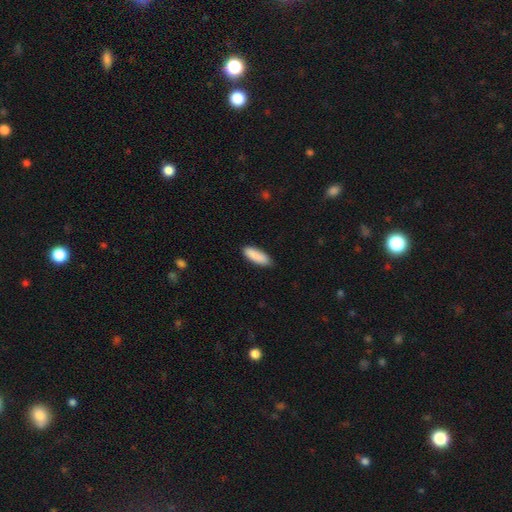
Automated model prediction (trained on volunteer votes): Smooth or featured: smooth — 90% (star or artifact — 6%)
How rounded: in between — 65% (cigar-shaped — 33%)
Merging: none — 84% (minor disturbance — 13%)